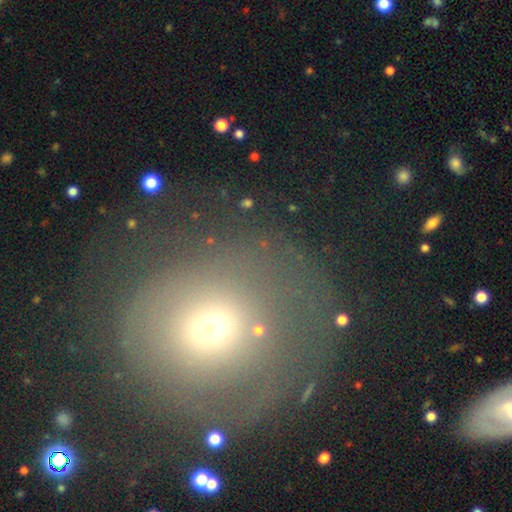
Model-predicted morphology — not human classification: This is possibly a smooth galaxy (56%). How rounded: clearly round (86%). Merging: likely none (61%).